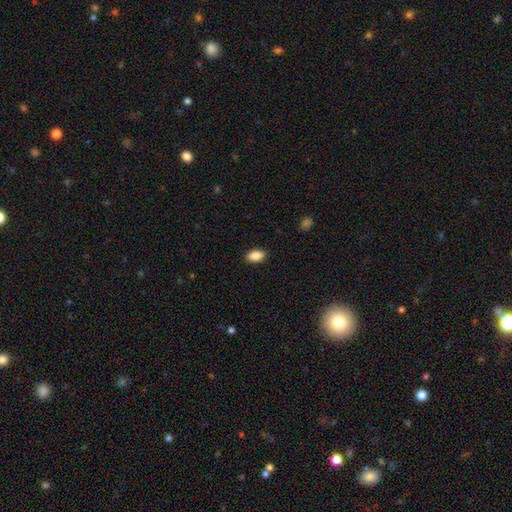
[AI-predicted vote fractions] The model was most divided on "merging": none: 89%, minor disturbance: 8%, major disturbance: 2%, merger: 1%. More confident: how rounded — in between (92%); smooth or featured — smooth (89%).